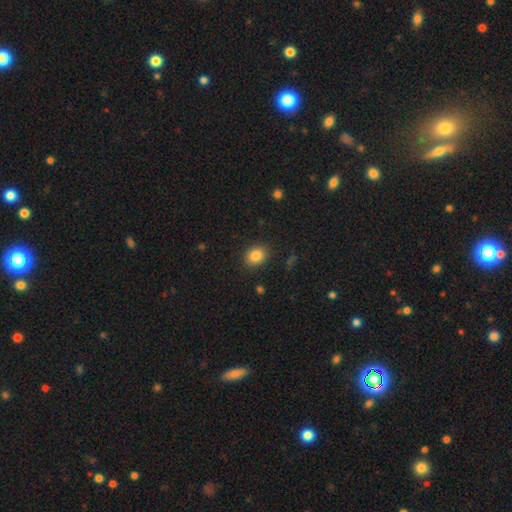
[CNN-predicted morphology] Smooth or featured: smooth — 85% (star or artifact — 9%)
How rounded: in between — 50% (round — 49%)
Merging: none — 88% (minor disturbance — 9%)